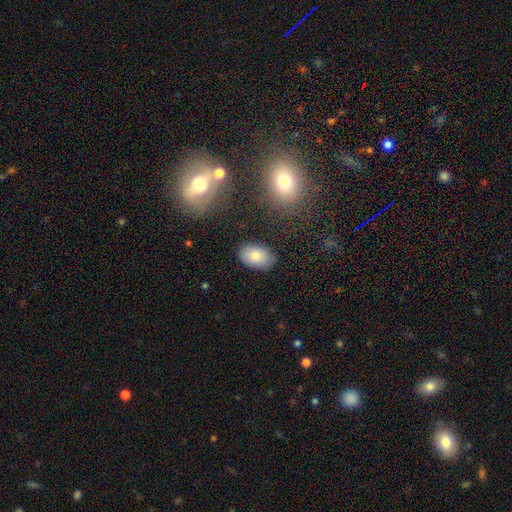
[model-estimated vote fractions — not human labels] A smooth galaxy with no disk features (81%) that is in between round and cigar-shaped (92%).

Vote fractions:
- Smooth or featured? smooth: 81% / featured or disk: 11% / star or artifact: 8%
- How rounded? in between: 92% / round: 7% / cigar-shaped: 1%
- Merging? none: 85% / minor disturbance: 11% / major disturbance: 3% / merger: 2%